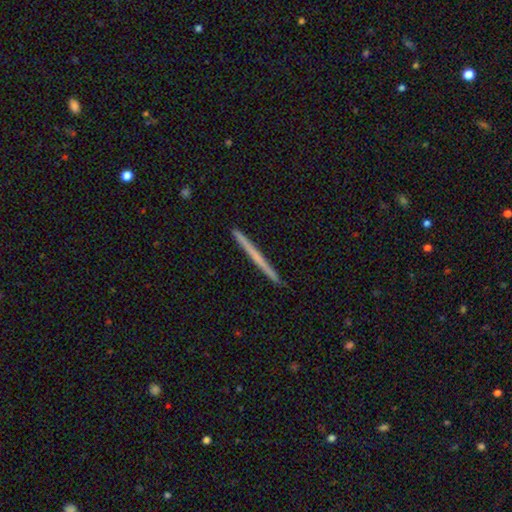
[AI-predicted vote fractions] Smooth or featured?
  - featured or disk: 50% *
  - smooth: 45%
  - star or artifact: 6%
Merging?
  - none: 93% *
  - minor disturbance: 5%
  - major disturbance: 1%
  - merger: 1%